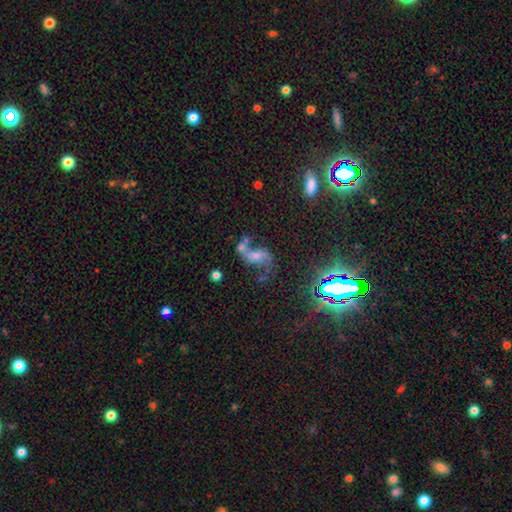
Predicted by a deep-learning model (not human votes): Q: Smooth or featured?
A: featured or disk (63%); runner-up: star or artifact (22%)
Q: Edge-on disk?
A: no (95%); runner-up: yes (5%)
Q: Bar?
A: no (55%); runner-up: weak (32%)
Q: Spiral arms?
A: yes (85%); runner-up: no (15%)
Q: Spiral winding?
A: loose (81%); runner-up: medium (16%)
Q: Spiral arm count?
A: 2 (85%); runner-up: 1 (8%)
Q: Bulge size?
A: moderate (38%); runner-up: small (31%)
Q: Merging?
A: none (37%); runner-up: merger (32%)